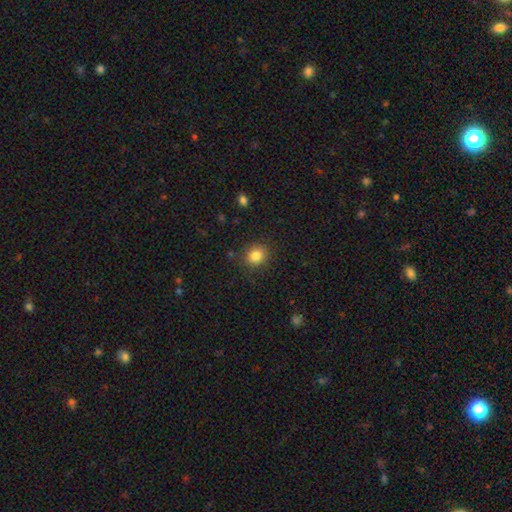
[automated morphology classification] Smooth or featured: smooth — 85% (star or artifact — 10%)
How rounded: round — 74% (in between — 25%)
Merging: none — 86% (minor disturbance — 9%)